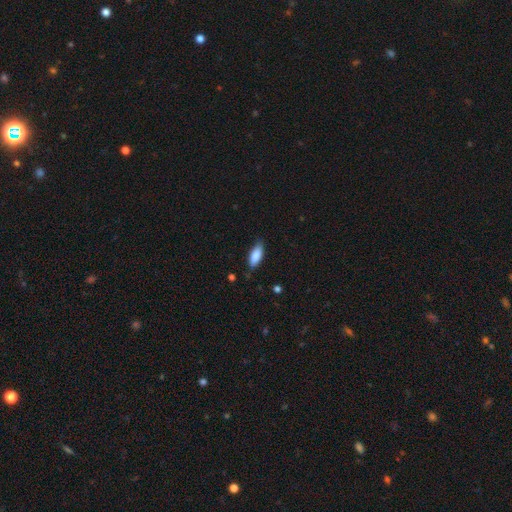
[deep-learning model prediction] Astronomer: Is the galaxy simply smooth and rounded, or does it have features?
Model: smooth — 85%.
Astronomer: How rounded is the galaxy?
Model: in between — 79%.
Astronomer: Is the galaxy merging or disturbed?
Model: none — 78%.